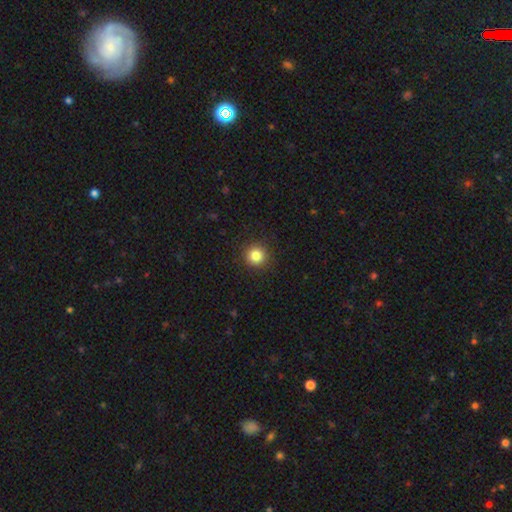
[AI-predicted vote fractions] A smooth galaxy with no disk features (83%) that is round (94%). Merging: none (92%).